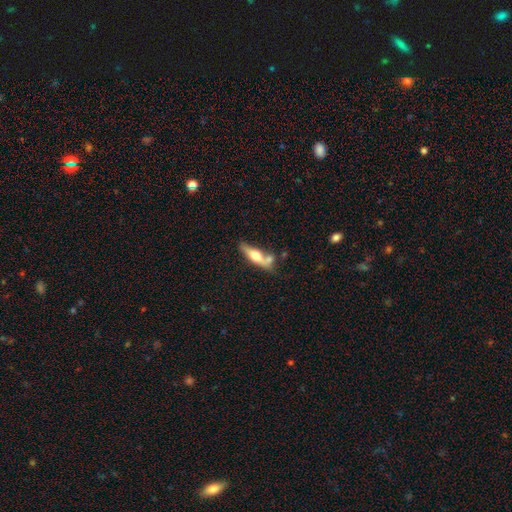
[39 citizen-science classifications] smooth-or-featured: featured or disk: 56% | smooth: 36% | star or artifact: 8%
  disk-edge-on: yes: 95% | no: 5%
    edge-on-bulge: rounded: 100% | boxy: 0% | none: 0%
  merging: none: 44% | merger: 42% | minor disturbance: 11% | major disturbance: 3%